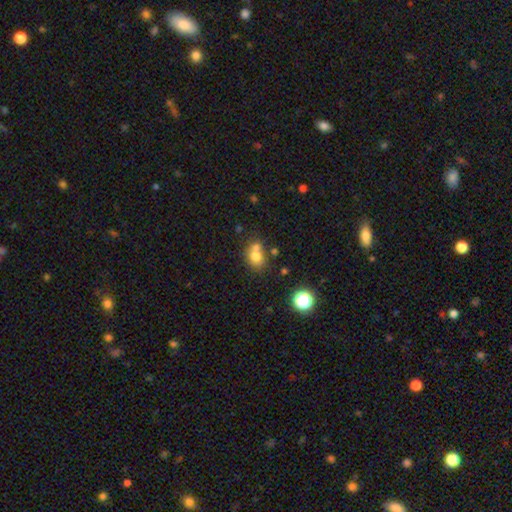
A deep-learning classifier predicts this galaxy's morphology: Overall: smooth (72%). How rounded: round (58%; in between 41%). Merging: none (42%, tied with merger).